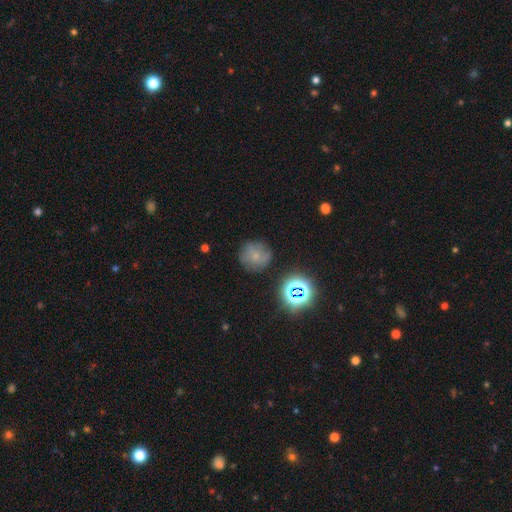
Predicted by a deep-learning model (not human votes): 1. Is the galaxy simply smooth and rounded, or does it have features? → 57% smooth, 22% featured or disk, 21% star or artifact.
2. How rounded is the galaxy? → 91% round, 8% in between, 1% cigar-shaped.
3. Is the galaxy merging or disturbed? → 79% none, 14% minor disturbance, 4% major disturbance, 3% merger.